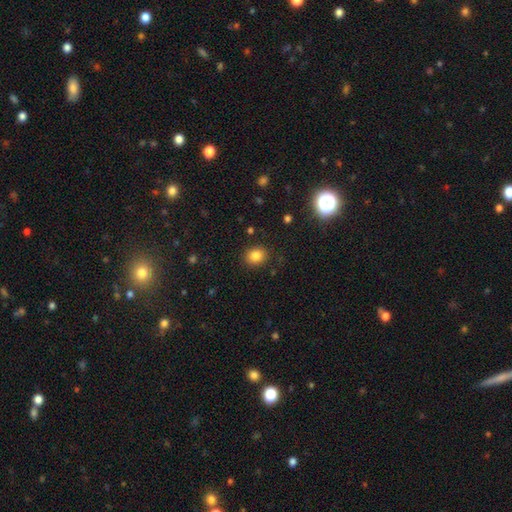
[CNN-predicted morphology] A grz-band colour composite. It shows a smooth galaxy with no disk features (83%) that is round (64%). Merging: none (87%).